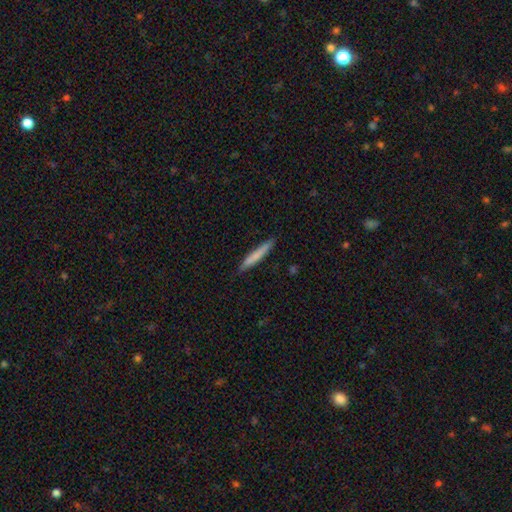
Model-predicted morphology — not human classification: The model was most divided on "smooth or featured": smooth: 73%, featured or disk: 22%, star or artifact: 6%. More confident: how rounded — cigar-shaped (95%); merging — none (87%).